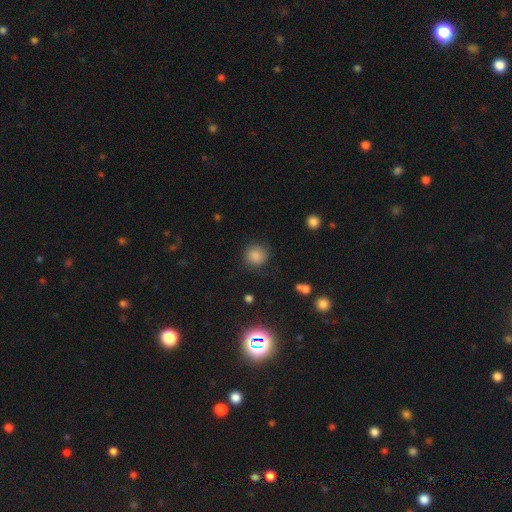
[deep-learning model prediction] smooth-or-featured: smooth: 83% | star or artifact: 11% | featured or disk: 5%
  how-rounded: round: 90% | in between: 9% | cigar-shaped: 1%
  merging: none: 84% | minor disturbance: 11% | major disturbance: 4% | merger: 2%